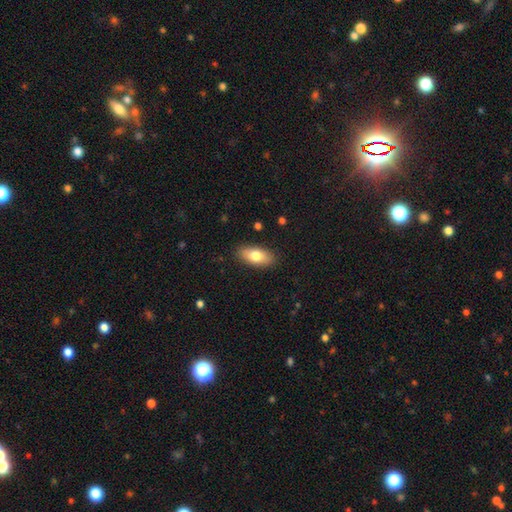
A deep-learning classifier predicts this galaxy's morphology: The model was most divided on "smooth or featured": smooth: 77%, featured or disk: 16%, star or artifact: 6%. More confident: merging — none (88%); how rounded — in between (86%).